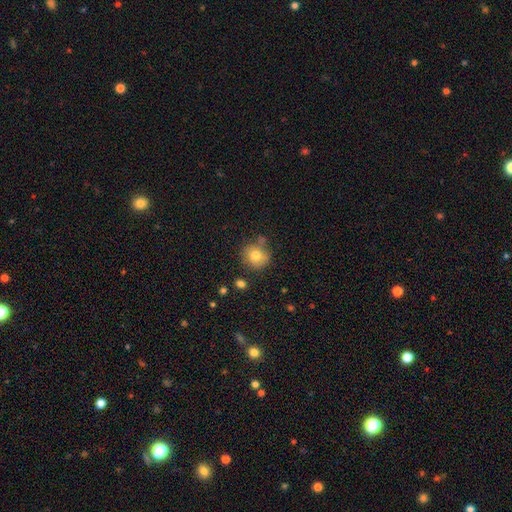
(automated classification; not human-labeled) Morphology: type=smooth (78%); roundness=round (88%); merging=none (75%).